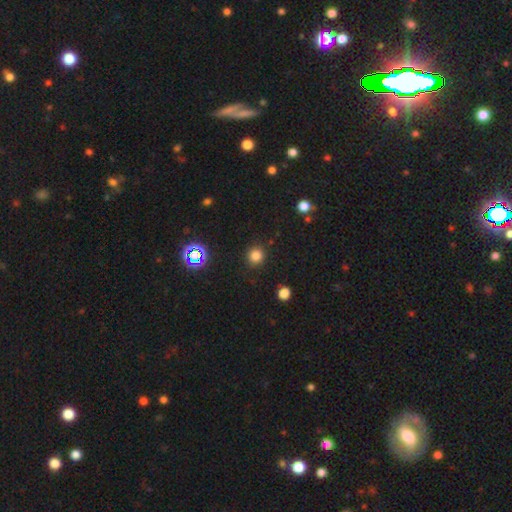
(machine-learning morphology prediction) This appears to be a smooth galaxy with no disk features (78%) that is round (90%). Merging: none (90%).